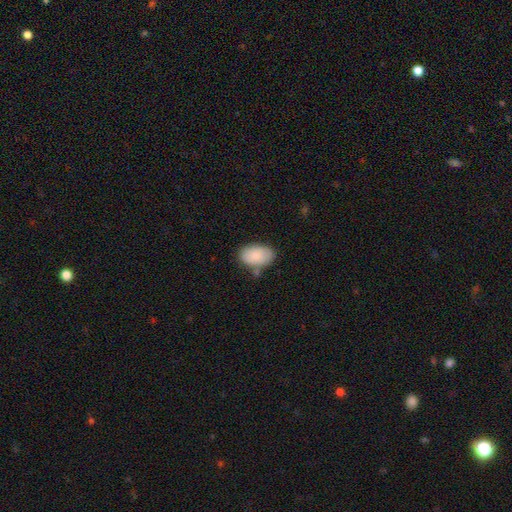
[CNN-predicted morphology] This is clearly a smooth galaxy (86%). How rounded: clearly in between (93%). Merging: likely none (69%).